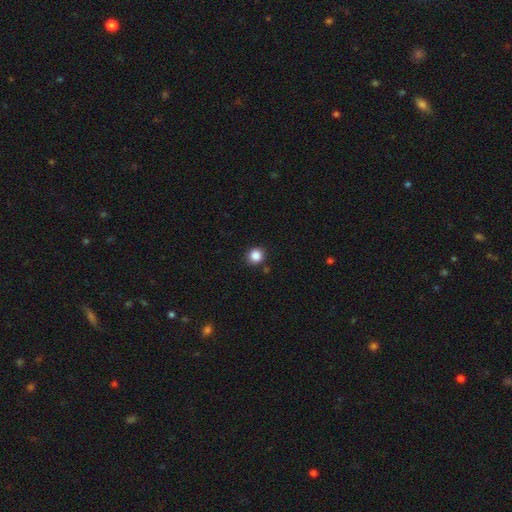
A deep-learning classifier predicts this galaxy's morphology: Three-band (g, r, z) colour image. It shows a smooth galaxy with no disk features (86%) that is round (91%). Merging: none (89%).